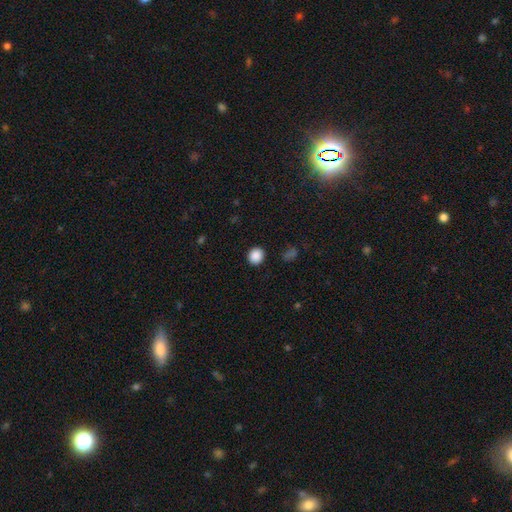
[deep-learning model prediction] smooth 88%, star or artifact 9%, featured or disk 3%. Down the decision tree: how rounded — round (82%); merging — none (91%).